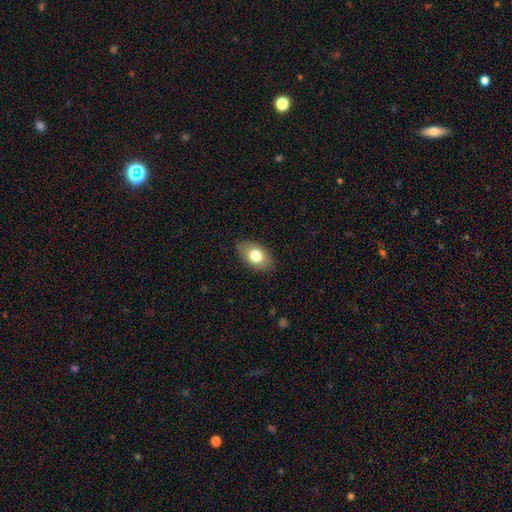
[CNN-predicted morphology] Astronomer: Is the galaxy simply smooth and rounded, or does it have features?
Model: smooth — 76%.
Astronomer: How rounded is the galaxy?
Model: in between — 88%.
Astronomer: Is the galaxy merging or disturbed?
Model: none — 83%.